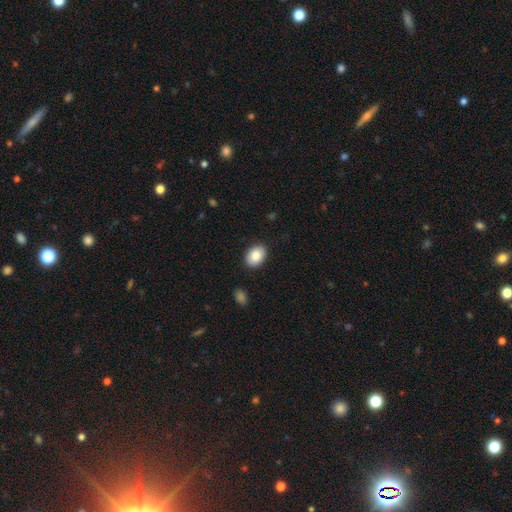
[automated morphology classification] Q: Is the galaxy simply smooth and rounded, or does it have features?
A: smooth — 85%.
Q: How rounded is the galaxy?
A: in between — 77%.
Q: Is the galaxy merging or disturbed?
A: none — 89%.